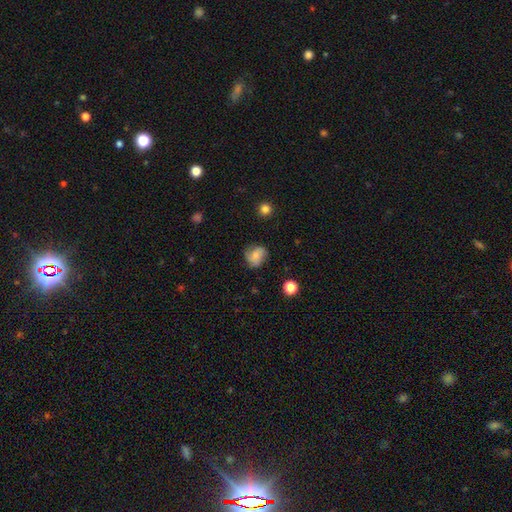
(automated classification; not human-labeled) The model was most divided on "how rounded": round: 67%, in between: 32%, cigar-shaped: 1%. More confident: smooth or featured — smooth (67%); merging — none (64%).